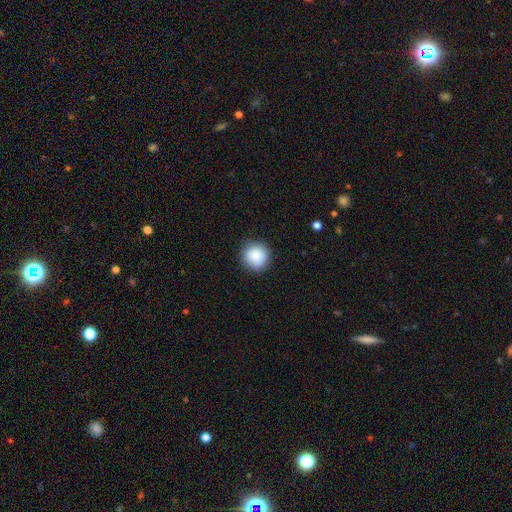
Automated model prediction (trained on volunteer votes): Smooth or featured?
  - smooth: 88% *
  - star or artifact: 8%
  - featured or disk: 4%
How rounded?
  - round: 93% *
  - in between: 6%
  - cigar-shaped: 1%
Merging?
  - none: 87% *
  - minor disturbance: 9%
  - major disturbance: 2%
  - merger: 1%